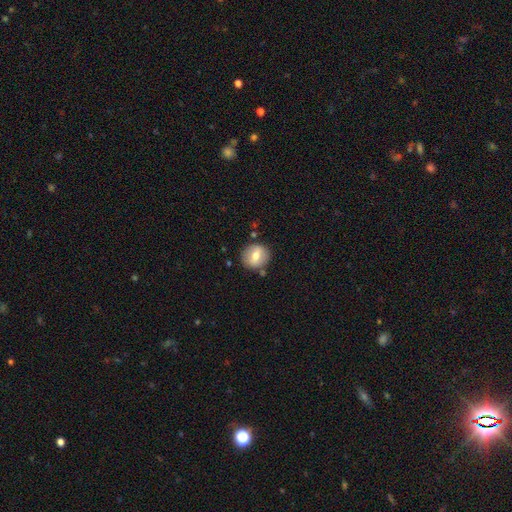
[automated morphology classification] A smooth galaxy with no disk features (62%) that is round (85%).

Vote fractions:
- Smooth or featured? smooth: 62% / featured or disk: 30% / star or artifact: 8%
- How rounded? round: 85% / in between: 14% / cigar-shaped: 1%
- Merging? none: 82% / minor disturbance: 11% / merger: 4% / major disturbance: 3%